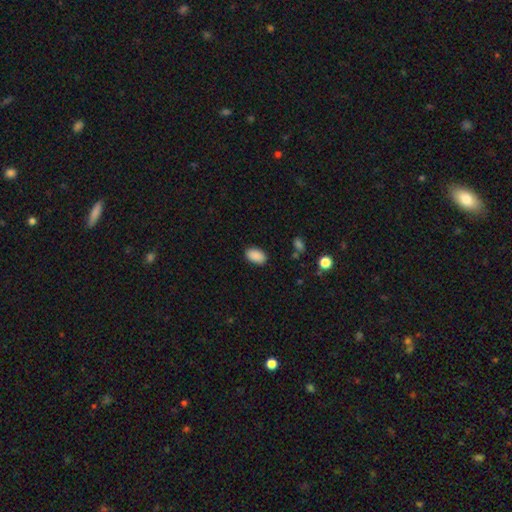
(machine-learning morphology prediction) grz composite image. It shows a smooth galaxy with no disk features (89%) that is in between round and cigar-shaped (92%). Merging: none (87%).